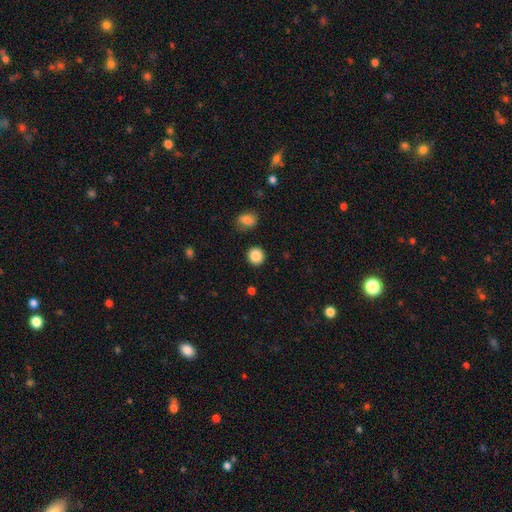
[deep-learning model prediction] smooth-or-featured: smooth: 86% | star or artifact: 10% | featured or disk: 4%
  how-rounded: round: 92% | in between: 7% | cigar-shaped: 1%
  merging: none: 91% | minor disturbance: 6% | major disturbance: 2% | merger: 2%